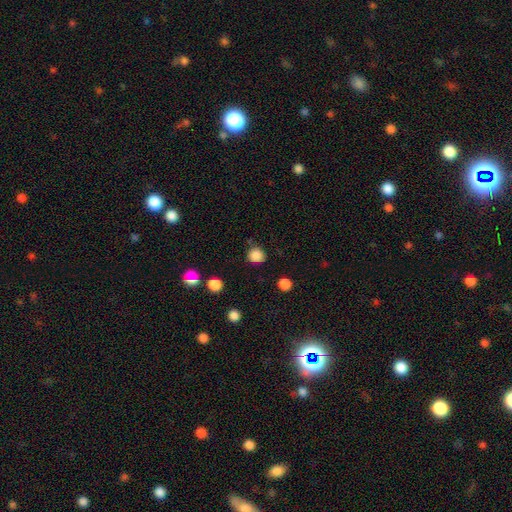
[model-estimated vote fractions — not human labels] Overall: smooth (85%). How rounded: round (88%). Merging: none (80%).